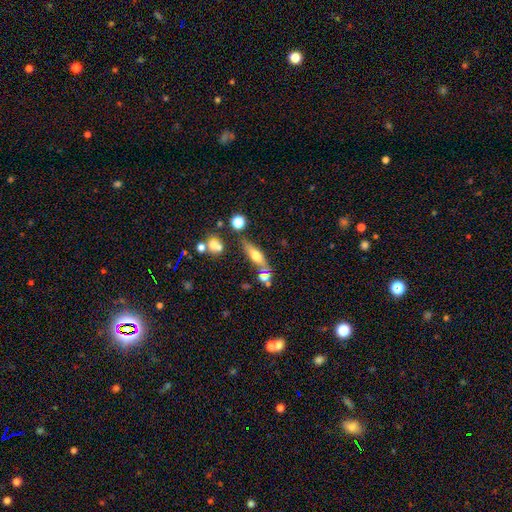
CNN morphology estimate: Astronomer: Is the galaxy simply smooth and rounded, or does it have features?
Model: smooth — 51% (runner-up: featured or disk, 39%).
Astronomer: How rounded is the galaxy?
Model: cigar-shaped — 59% (runner-up: in between, 36%).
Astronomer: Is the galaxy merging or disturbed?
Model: none — 67%.